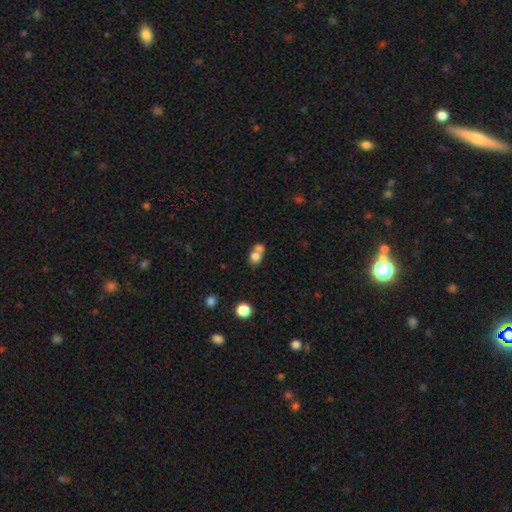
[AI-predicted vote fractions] Overall: smooth (75%). How rounded: round (63%; in between 36%). Merging: merger (63%; none 28%).